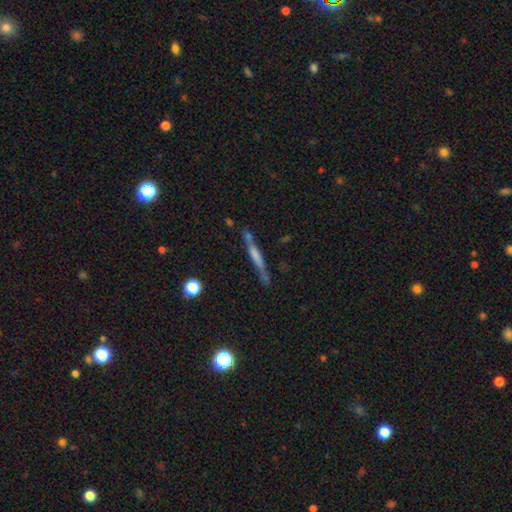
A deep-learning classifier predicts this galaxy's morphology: Smooth or featured?
  - featured or disk: 47% *
  - smooth: 45%
  - star or artifact: 8%
Merging?
  - none: 68% *
  - minor disturbance: 18%
  - merger: 9%
  - major disturbance: 5%